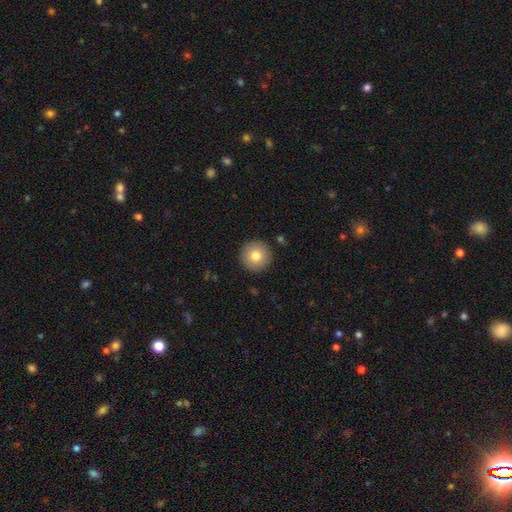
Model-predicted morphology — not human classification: smooth-or-featured: smooth: 79% | featured or disk: 13% | star or artifact: 9%
  how-rounded: round: 96% | in between: 3% | cigar-shaped: 1%
  merging: none: 91% | minor disturbance: 6% | major disturbance: 2% | merger: 1%